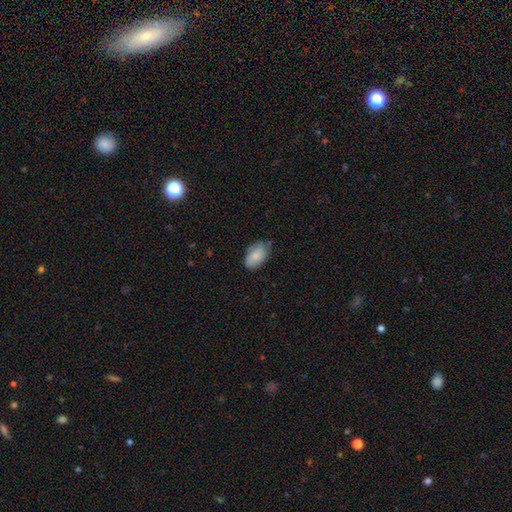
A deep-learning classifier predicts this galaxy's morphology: smooth-or-featured: smooth: 84% | featured or disk: 10% | star or artifact: 6%
  how-rounded: in between: 93% | round: 5% | cigar-shaped: 2%
  merging: none: 66% | minor disturbance: 28% | major disturbance: 4% | merger: 2%